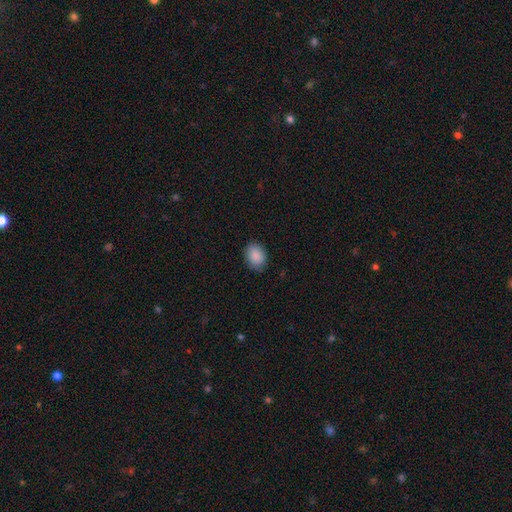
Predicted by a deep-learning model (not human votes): Morphology: type=smooth (89%); roundness=in between (65%); merging=none (83%).